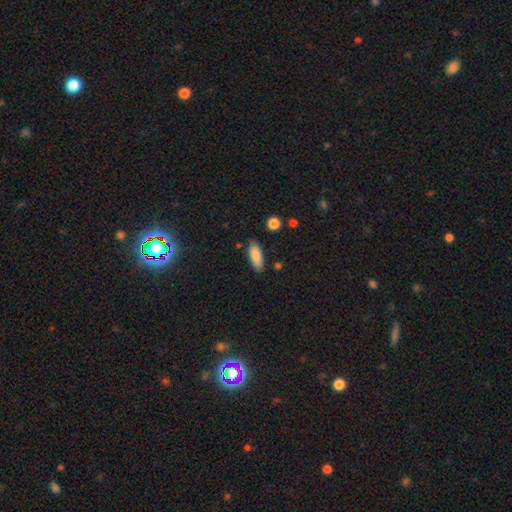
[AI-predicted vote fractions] Smooth or featured? Predicted: smooth (p=0.87). How rounded? Predicted: in between (p=0.72). Merging? Predicted: none (p=0.83).